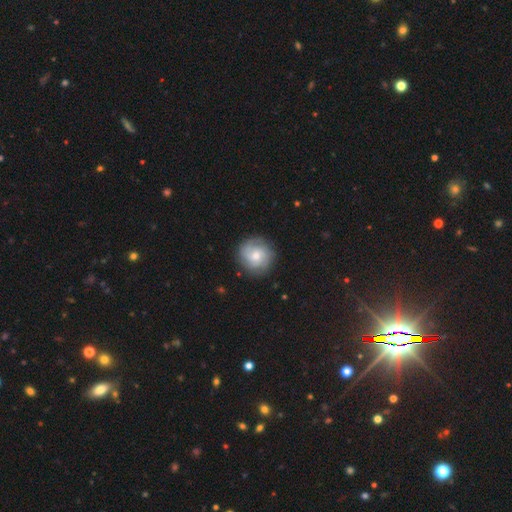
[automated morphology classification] Smooth or featured?
  - featured or disk: 51% *
  - smooth: 42%
  - star or artifact: 7%
Edge-on disk?
  - no: 98% *
  - yes: 2%
Merging?
  - none: 83% *
  - minor disturbance: 12%
  - major disturbance: 4%
  - merger: 1%